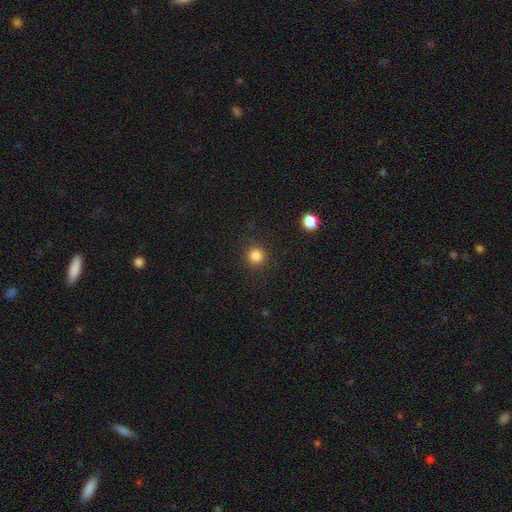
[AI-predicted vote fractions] smooth-or-featured: smooth: 84% | star or artifact: 12% | featured or disk: 4%
  how-rounded: round: 93% | in between: 6% | cigar-shaped: 1%
  merging: none: 90% | minor disturbance: 6% | major disturbance: 3% | merger: 1%